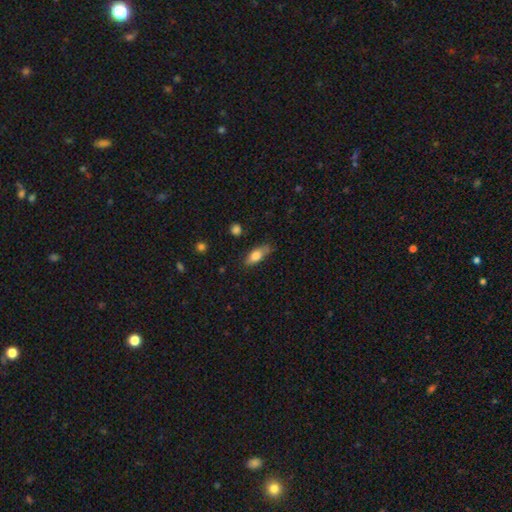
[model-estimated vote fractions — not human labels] smooth 78%, featured or disk 15%, star or artifact 7%. Down the decision tree: how rounded — in between (78%); merging — none (64%).